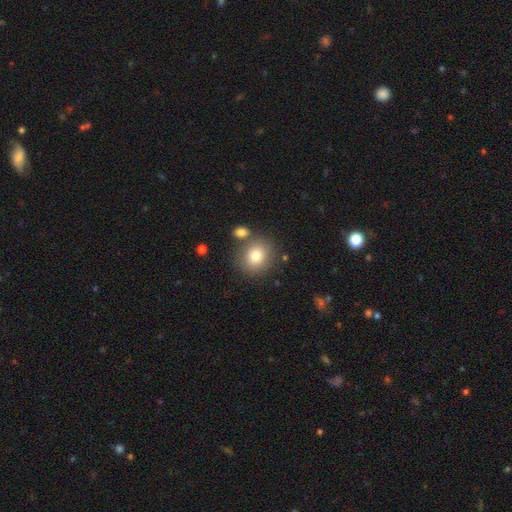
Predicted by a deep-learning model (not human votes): Smooth or featured?
  - smooth: 78% *
  - featured or disk: 11%
  - star or artifact: 10%
How rounded?
  - round: 80% *
  - in between: 19%
  - cigar-shaped: 1%
Merging?
  - none: 73% *
  - merger: 13%
  - minor disturbance: 10%
  - major disturbance: 4%